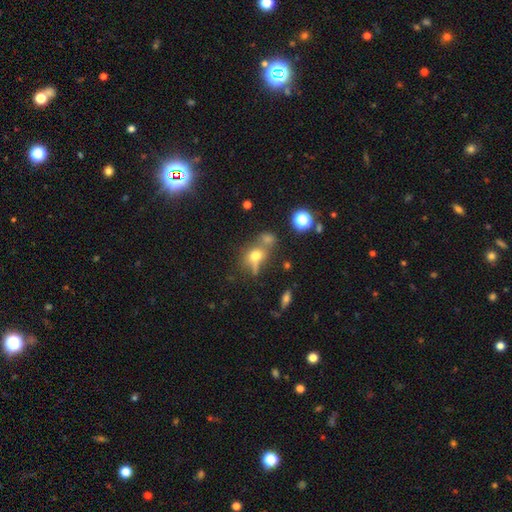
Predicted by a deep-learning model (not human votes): This appears to be a smooth galaxy with no disk features (64%) that is round (53%). Merging: none (41%).